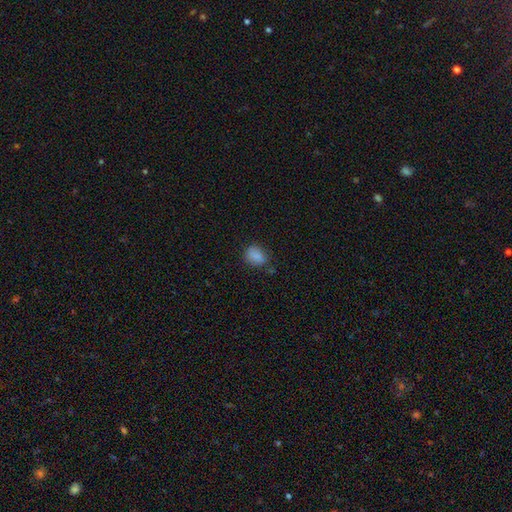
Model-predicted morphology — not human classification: The model was most divided on "how rounded": in between: 62%, round: 36%, cigar-shaped: 1%. More confident: smooth or featured — smooth (84%); merging — none (67%).